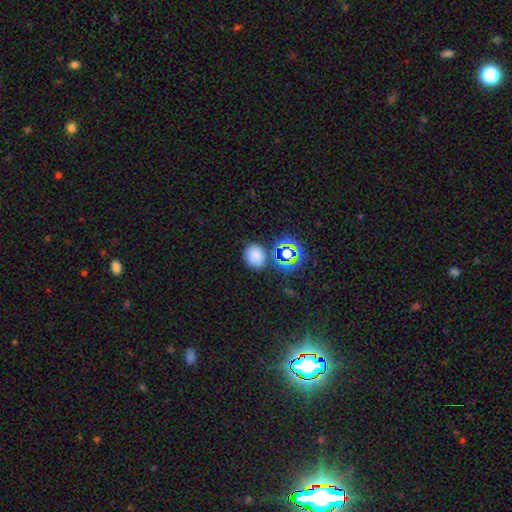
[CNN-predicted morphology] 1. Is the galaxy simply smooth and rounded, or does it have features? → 73% smooth, 20% star or artifact, 7% featured or disk.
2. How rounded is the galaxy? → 58% round, 41% in between, 1% cigar-shaped.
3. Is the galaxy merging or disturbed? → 78% none, 12% minor disturbance, 6% merger, 4% major disturbance.